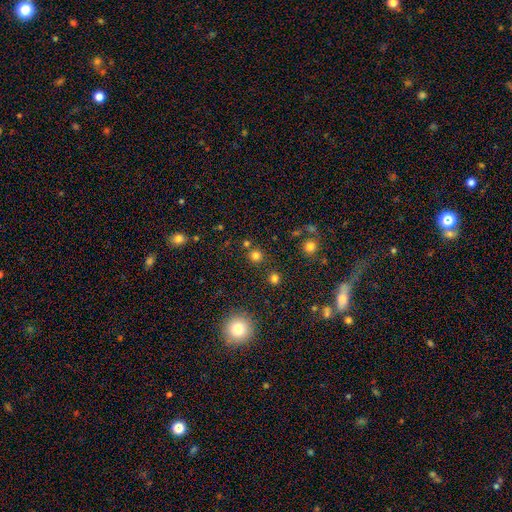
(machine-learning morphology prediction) This appears to be a smooth galaxy with no disk features (76%) that is round (92%). Merging: none (80%).